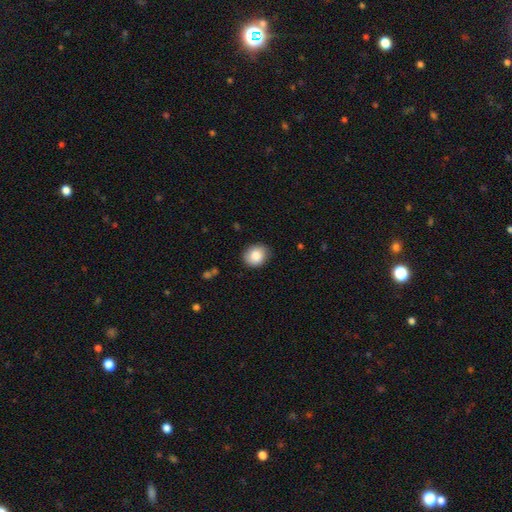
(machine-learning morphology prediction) Q: Smooth or featured?
A: smooth (85%); runner-up: star or artifact (7%)
Q: How rounded?
A: round (66%); runner-up: in between (34%)
Q: Merging?
A: none (81%); runner-up: minor disturbance (14%)